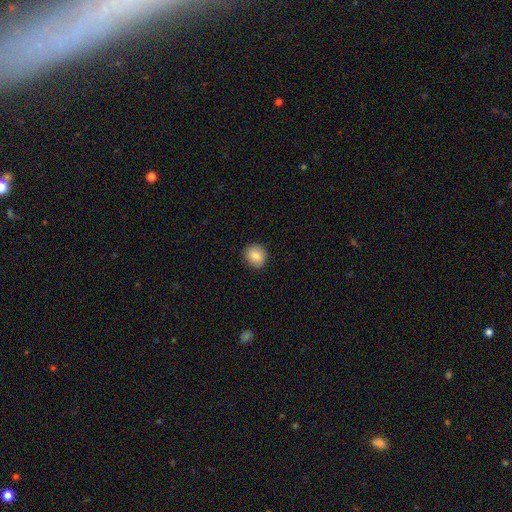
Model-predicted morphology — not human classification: This is clearly a smooth galaxy (83%). How rounded: clearly round (85%). Merging: clearly none (89%).